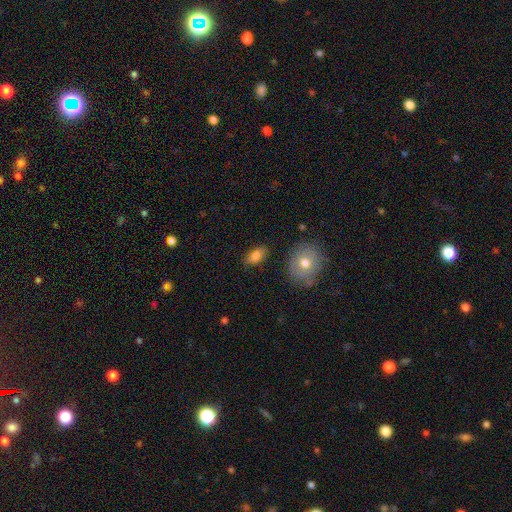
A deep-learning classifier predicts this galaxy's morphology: Smooth or featured: smooth — 80% (featured or disk — 12%)
How rounded: in between — 88% (round — 7%)
Merging: none — 79% (minor disturbance — 15%)